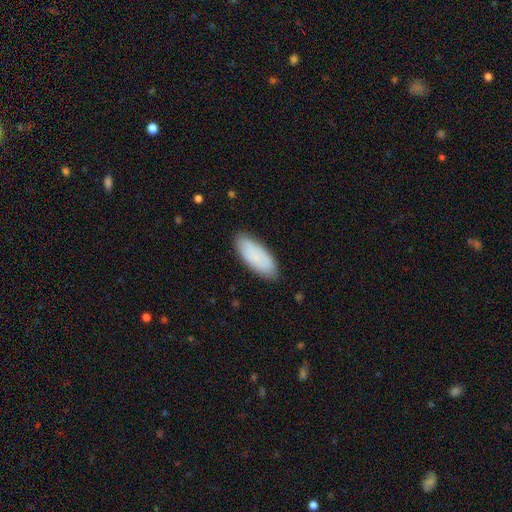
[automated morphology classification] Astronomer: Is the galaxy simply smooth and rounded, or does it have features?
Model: smooth — 82%.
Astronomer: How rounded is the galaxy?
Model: in between — 80%.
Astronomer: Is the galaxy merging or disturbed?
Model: none — 84%.